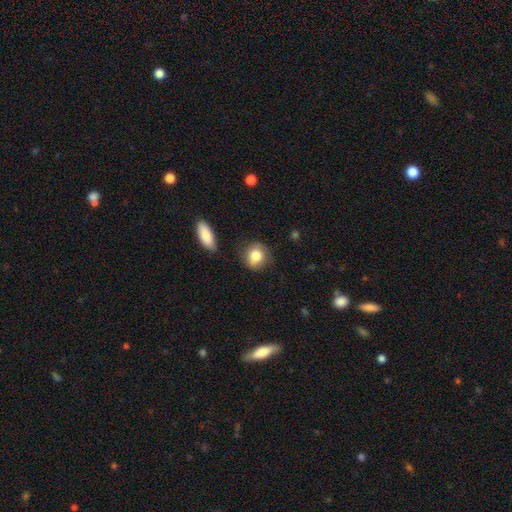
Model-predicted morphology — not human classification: type=smooth (81%); roundness=round (73%); merging=none (77%).